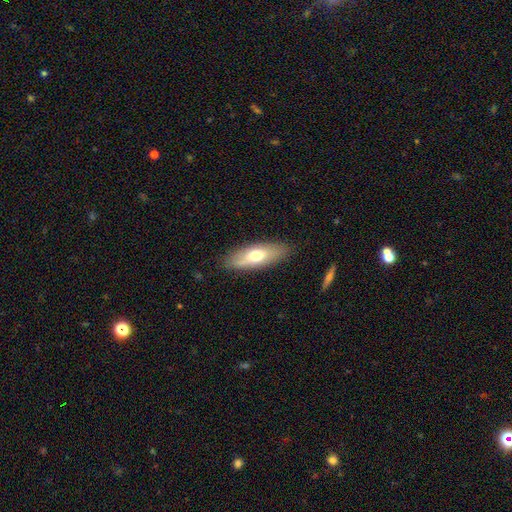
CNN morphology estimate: The model was most divided on "smooth or featured": smooth: 61%, featured or disk: 33%, star or artifact: 6%. More confident: merging — none (85%); how rounded — in between (64%).